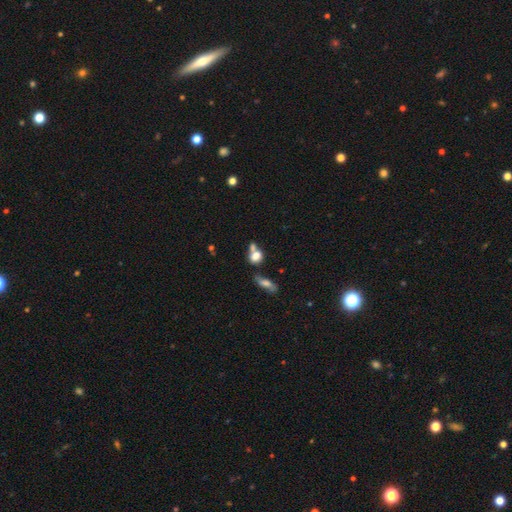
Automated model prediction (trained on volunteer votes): Morphology: type=smooth (75%); roundness=in between (51%); merging=merger (43%).